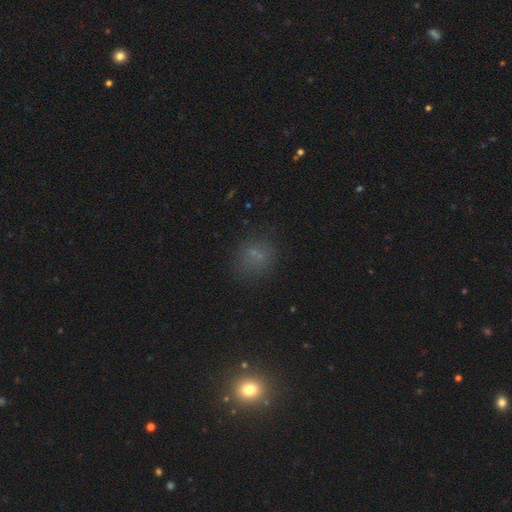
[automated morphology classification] The model was most divided on "smooth or featured": smooth: 59%, star or artifact: 29%, featured or disk: 11%. More confident: how rounded — round (73%); merging — none (72%).